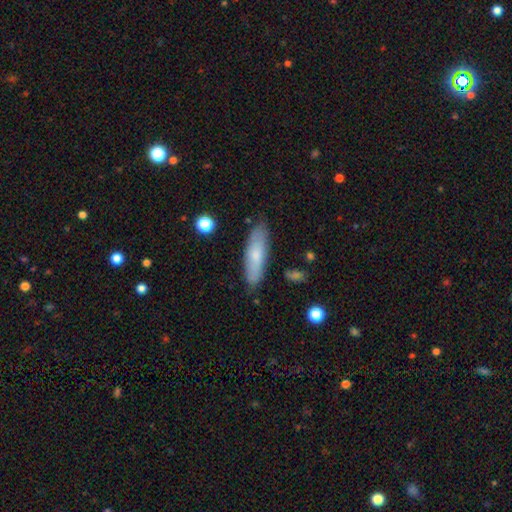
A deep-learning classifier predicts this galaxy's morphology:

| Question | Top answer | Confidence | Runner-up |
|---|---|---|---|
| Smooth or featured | smooth | 71% | featured or disk (23%) |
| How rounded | cigar-shaped | 53% | in between (45%) |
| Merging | none | 84% | minor disturbance (12%) |